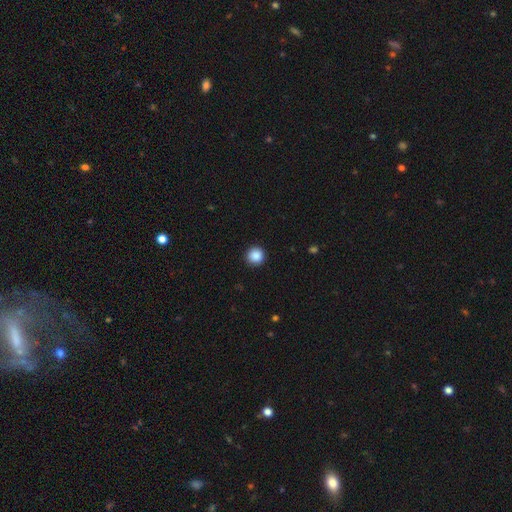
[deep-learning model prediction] Overall: smooth (88%). How rounded: round (96%). Merging: none (93%).